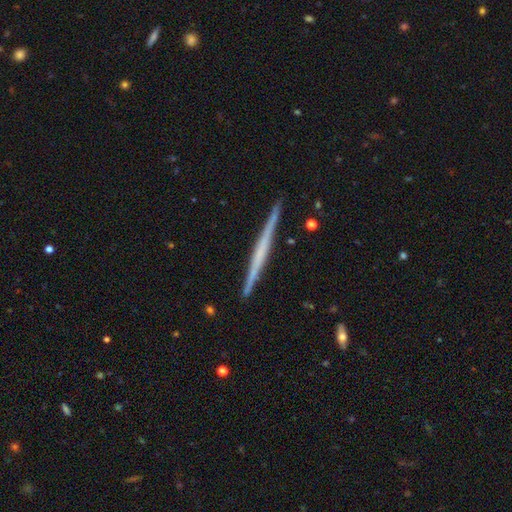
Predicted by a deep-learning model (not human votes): This is likely a featured or disk galaxy (63%). It is clearly viewed edge-on (98%). Edge-on bulge: likely none (79%). Merging: clearly none (91%).